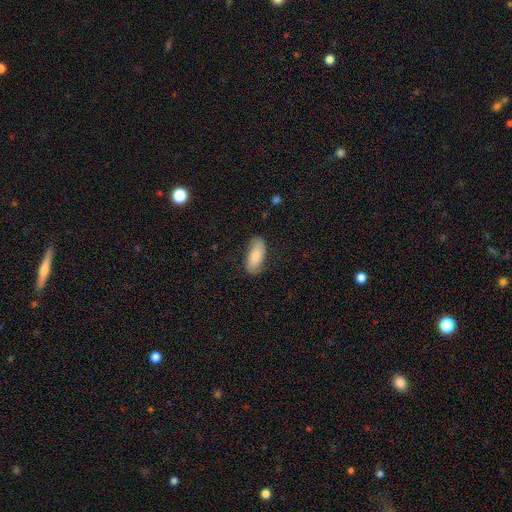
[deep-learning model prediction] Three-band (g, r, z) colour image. It shows a smooth galaxy with no disk features (74%) that is in between round and cigar-shaped (87%). Merging: none (76%).